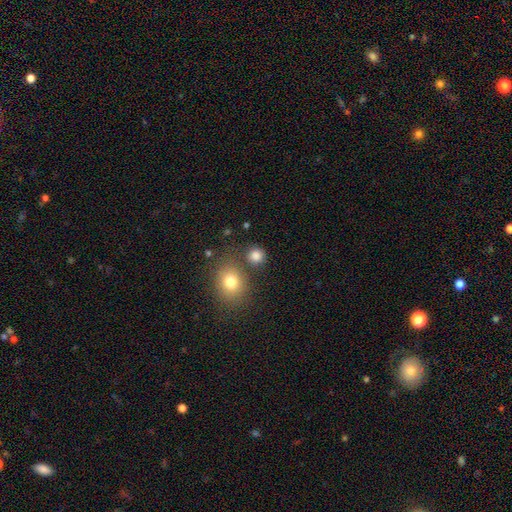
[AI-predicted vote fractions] smooth 82%, star or artifact 13%, featured or disk 5%. Down the decision tree: how rounded — round (87%); merging — none (78%).